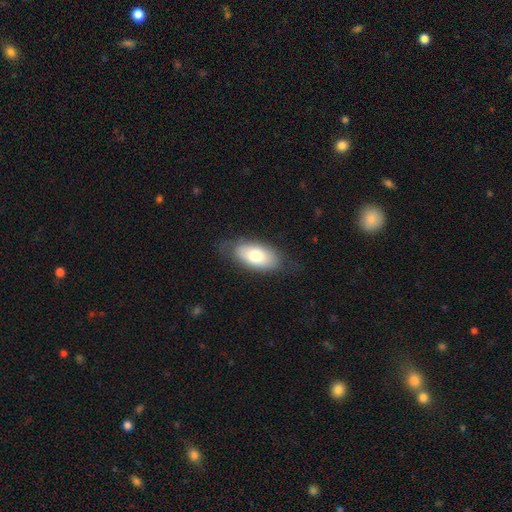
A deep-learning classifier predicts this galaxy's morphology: Smooth or featured?
  - smooth: 74% *
  - featured or disk: 20%
  - star or artifact: 6%
How rounded?
  - in between: 93% *
  - cigar-shaped: 4%
  - round: 3%
Merging?
  - none: 75% *
  - minor disturbance: 18%
  - major disturbance: 6%
  - merger: 1%